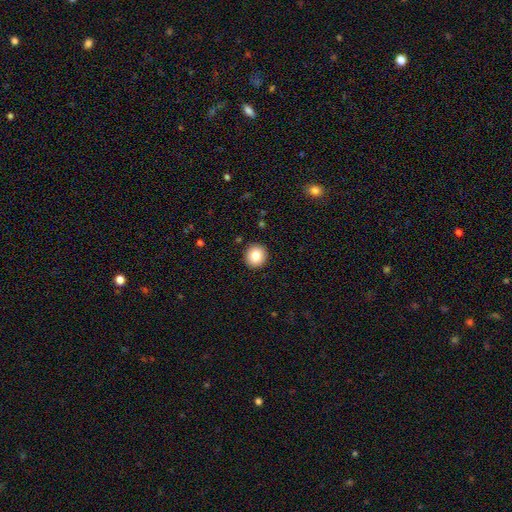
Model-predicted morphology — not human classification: smooth-or-featured: smooth: 84% | star or artifact: 9% | featured or disk: 7%
  how-rounded: round: 91% | in between: 8% | cigar-shaped: 1%
  merging: none: 92% | minor disturbance: 5% | major disturbance: 2% | merger: 1%